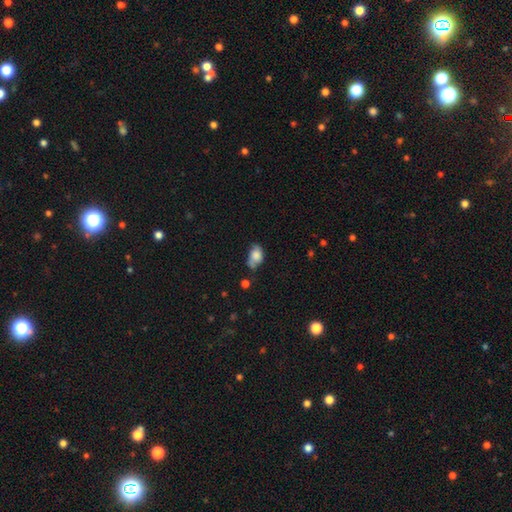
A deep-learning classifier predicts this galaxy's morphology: smooth-or-featured: smooth: 73% | featured or disk: 19% | star or artifact: 9%
  how-rounded: in between: 86% | round: 12% | cigar-shaped: 2%
  merging: none: 41% | minor disturbance: 39% | major disturbance: 14% | merger: 7%